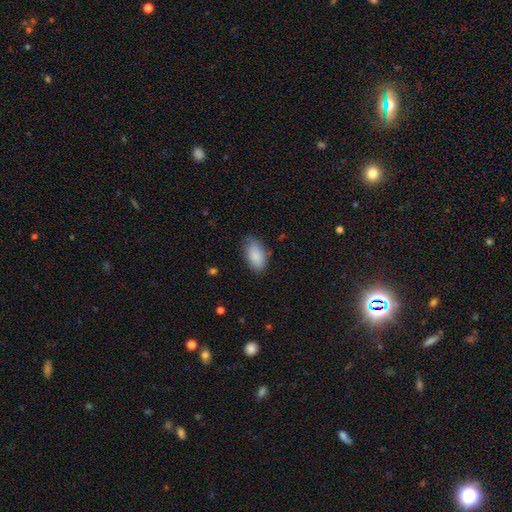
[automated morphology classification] smooth_or_featured: smooth (p=0.86) [alt: featured or disk p=0.07]
how_rounded: in between (p=0.94) [alt: round p=0.04]
merging: none (p=0.77) [alt: minor disturbance p=0.18]